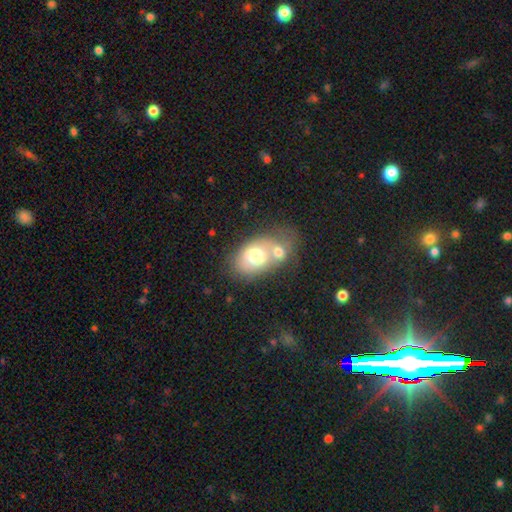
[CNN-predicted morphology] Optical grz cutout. It shows a smooth galaxy with no disk features (63%) that is in between round and cigar-shaped (79%). Merging: merger (59%).